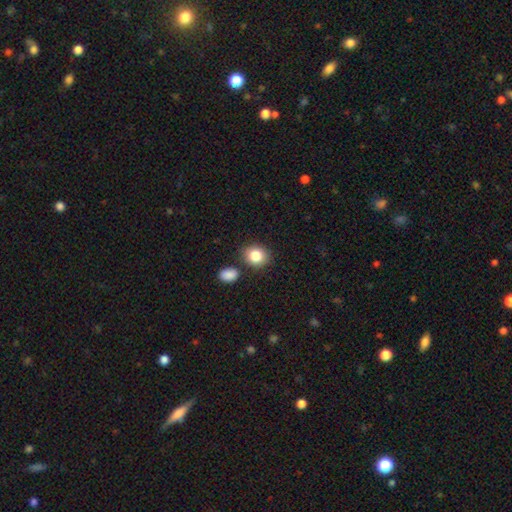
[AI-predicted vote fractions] A smooth galaxy with no disk features (85%) that is round (63%).

Vote fractions:
- Smooth or featured? smooth: 85% / star or artifact: 9% / featured or disk: 7%
- How rounded? round: 63% / in between: 36% / cigar-shaped: 1%
- Merging? none: 78% / minor disturbance: 11% / merger: 9% / major disturbance: 3%